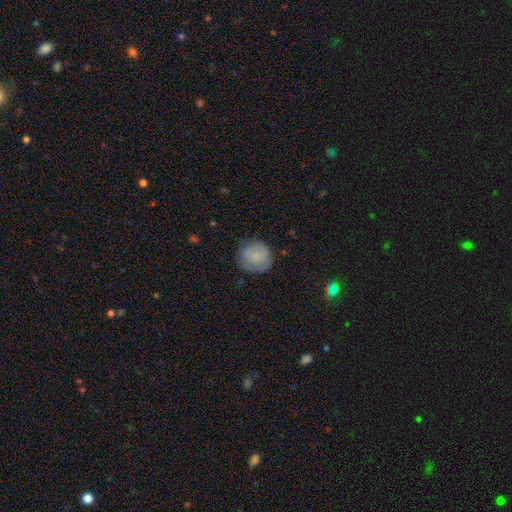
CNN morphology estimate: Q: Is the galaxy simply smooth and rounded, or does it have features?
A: smooth — 77%.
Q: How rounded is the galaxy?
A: round — 89%.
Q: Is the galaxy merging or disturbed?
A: none — 77%.